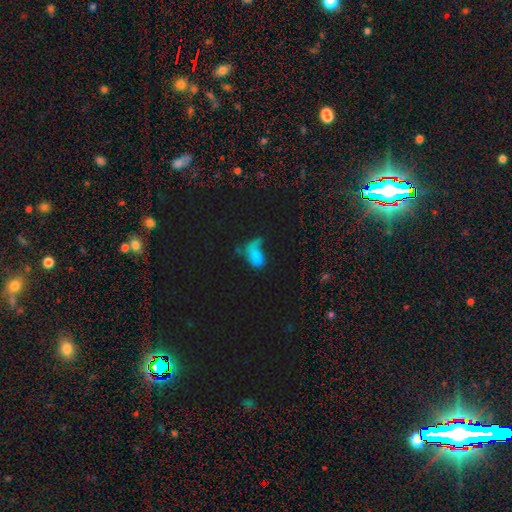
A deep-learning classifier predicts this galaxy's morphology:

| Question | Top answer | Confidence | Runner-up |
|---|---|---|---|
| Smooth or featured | smooth | 63% | featured or disk (20%) |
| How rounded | in between | 86% | round (9%) |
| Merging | major disturbance | 45% | none (21%) |